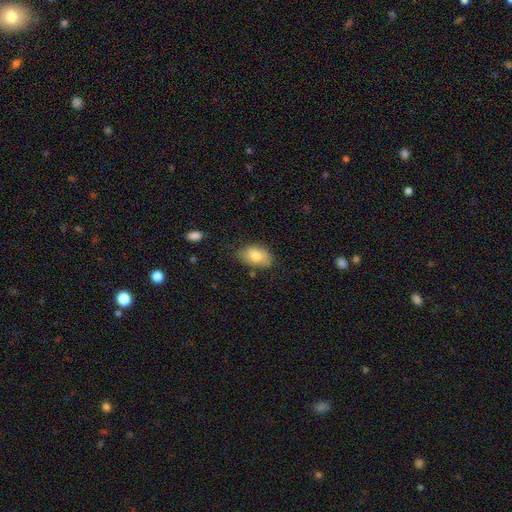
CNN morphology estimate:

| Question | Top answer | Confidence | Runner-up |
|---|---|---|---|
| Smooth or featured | smooth | 77% | featured or disk (16%) |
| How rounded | in between | 90% | round (8%) |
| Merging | none | 69% | minor disturbance (25%) |